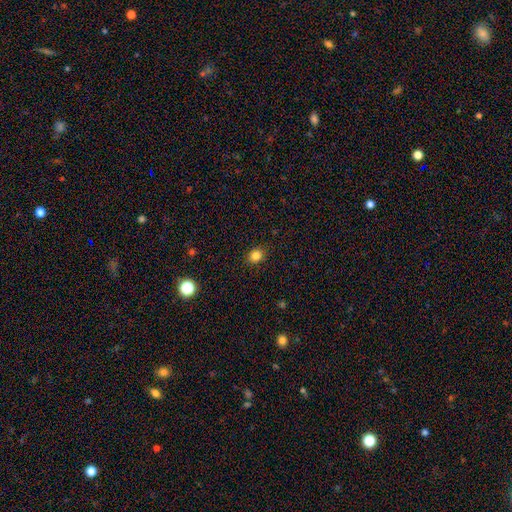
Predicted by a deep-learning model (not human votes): Smooth or featured? Predicted: smooth (p=0.83). How rounded? Predicted: round (p=0.58). Merging? Predicted: none (p=0.90).